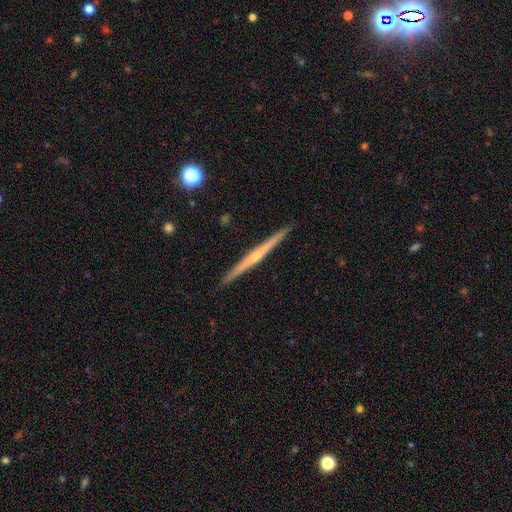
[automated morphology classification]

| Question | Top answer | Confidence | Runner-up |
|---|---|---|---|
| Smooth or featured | featured or disk | 76% | smooth (18%) |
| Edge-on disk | yes | 98% | no (2%) |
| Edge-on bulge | rounded | 61% | none (34%) |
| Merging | none | 92% | minor disturbance (5%) |